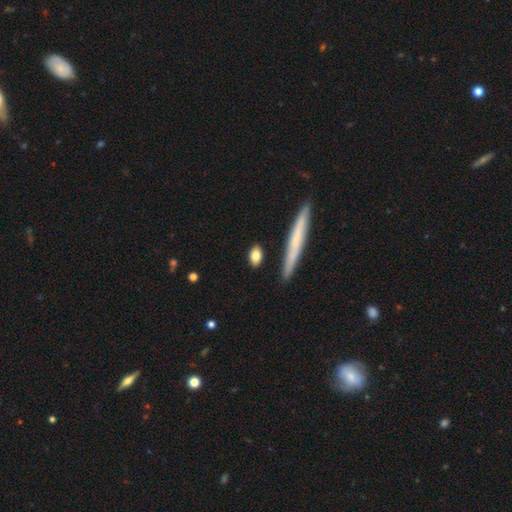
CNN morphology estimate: Smooth or featured?
  - smooth: 80% *
  - featured or disk: 13%
  - star or artifact: 7%
How rounded?
  - in between: 75% *
  - cigar-shaped: 15%
  - round: 11%
Merging?
  - none: 85% *
  - minor disturbance: 10%
  - merger: 3%
  - major disturbance: 2%